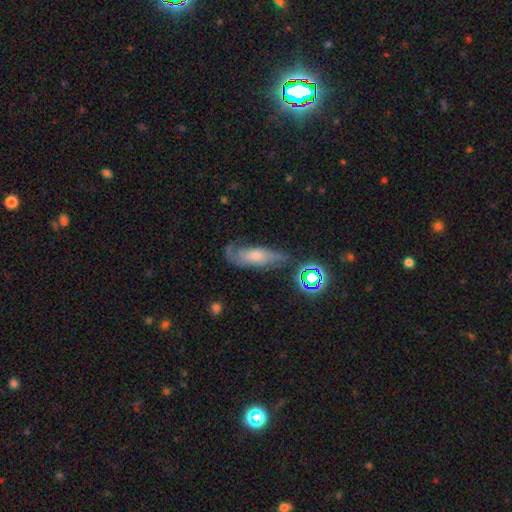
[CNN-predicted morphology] Smooth or featured: featured or disk — 55% (smooth — 31%)
Edge-on disk: no — 77% (yes — 23%)
Merging: none — 53% (minor disturbance — 26%)